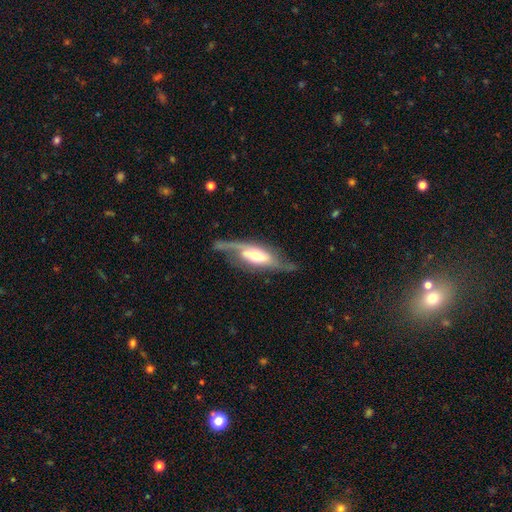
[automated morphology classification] type=featured or disk (74%); edge-on=no (69%); bar=no (37%); spiral arms=yes (82%); bulge=moderate (58%); merging=none (52%).